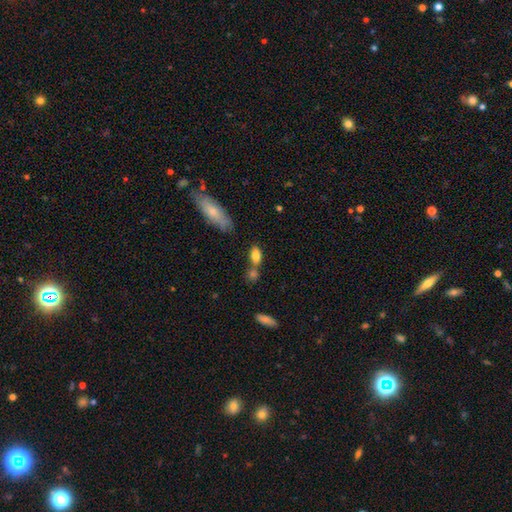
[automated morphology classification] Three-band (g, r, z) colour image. It shows a smooth galaxy with no disk features (79%) that is in between round and cigar-shaped (81%). Merging: none (45%).